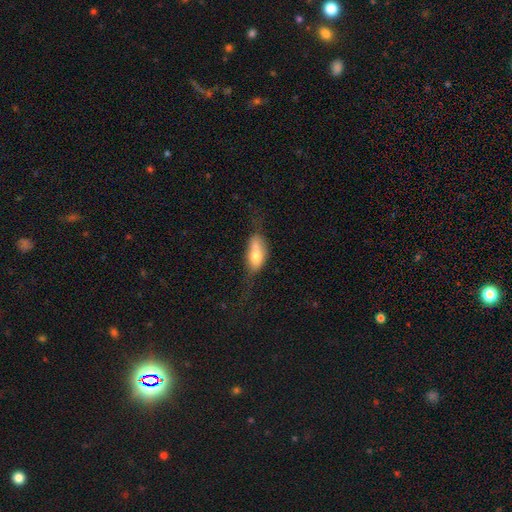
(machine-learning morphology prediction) Overall: smooth (63%; featured or disk 29%). How rounded: in between (83%). Merging: none (33%; minor disturbance 27%).